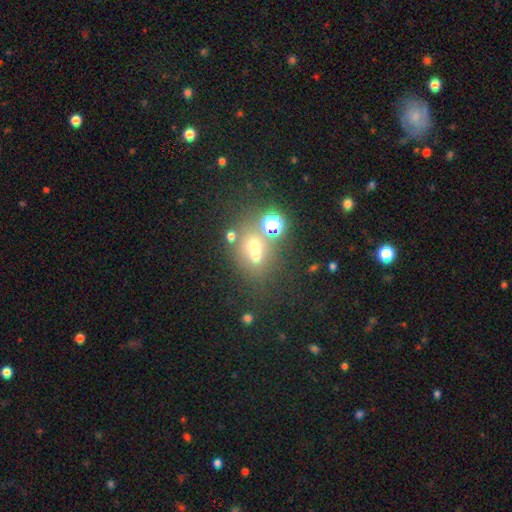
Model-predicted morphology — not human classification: This is possibly a smooth galaxy (54%). How rounded: likely round (70%). Merging: marginally none (44%).